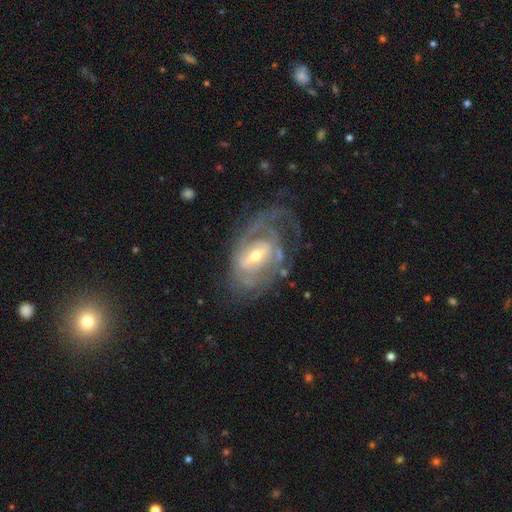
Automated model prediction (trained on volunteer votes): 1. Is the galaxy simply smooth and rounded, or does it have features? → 86% featured or disk, 9% smooth, 5% star or artifact.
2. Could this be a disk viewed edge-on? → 95% no, 5% yes.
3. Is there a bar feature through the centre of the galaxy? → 44% weak, 38% strong, 18% no.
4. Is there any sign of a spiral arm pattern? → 86% yes, 14% no.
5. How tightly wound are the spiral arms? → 51% tight, 35% medium, 15% loose.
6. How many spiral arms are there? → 37% can't tell, 34% 2, 12% 3, 8% 1, 5% 4, 3% more than 4.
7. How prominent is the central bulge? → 49% moderate, 45% small, 4% large, 1% none, 1% dominant.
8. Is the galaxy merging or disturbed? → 51% none, 26% major disturbance, 21% minor disturbance, 2% merger.